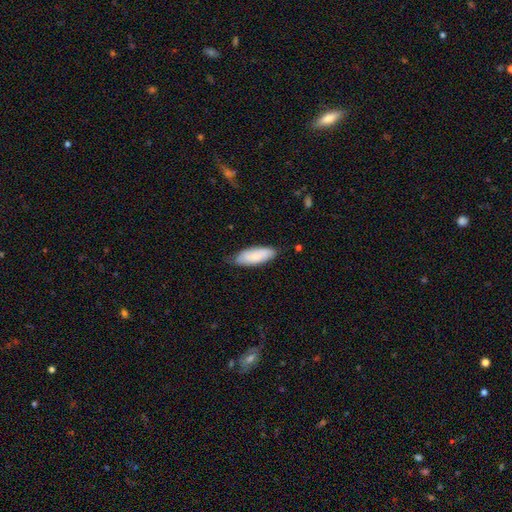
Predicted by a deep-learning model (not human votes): This appears to be a smooth galaxy with no disk features (83%) that is in between round and cigar-shaped (68%). Merging: none (71%).